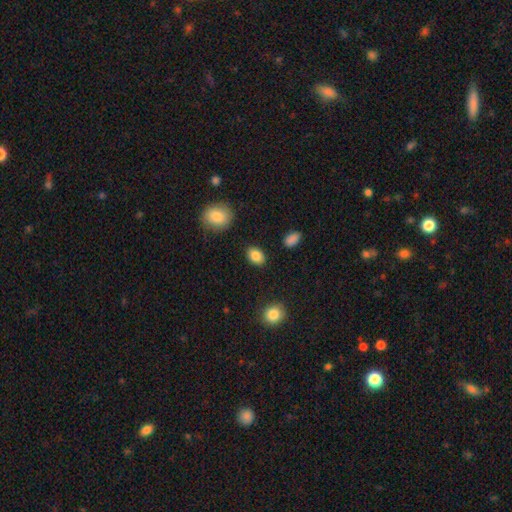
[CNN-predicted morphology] Smooth or featured? smooth (86%)
How rounded? in between (78%)
Merging? none (87%)